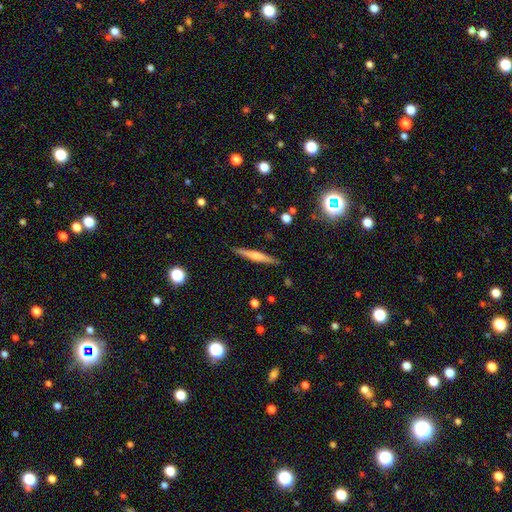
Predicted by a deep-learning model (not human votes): A featured or disk galaxy (54%) viewed edge-on (97%) with a rounded central bulge (63%). Merging: none (90%).